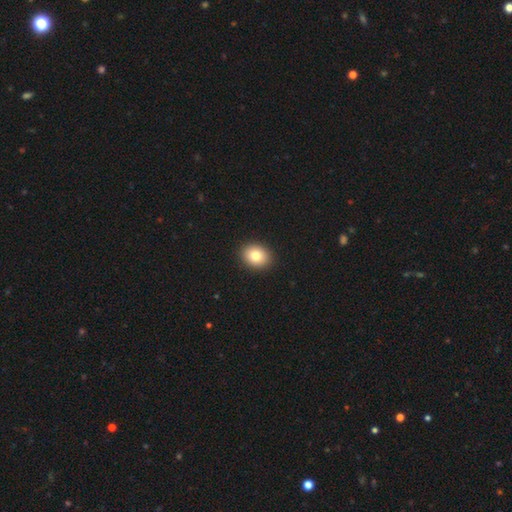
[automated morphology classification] Smooth or featured? Predicted: smooth (p=0.81). How rounded? Predicted: in between (p=0.50). Merging? Predicted: none (p=0.92).